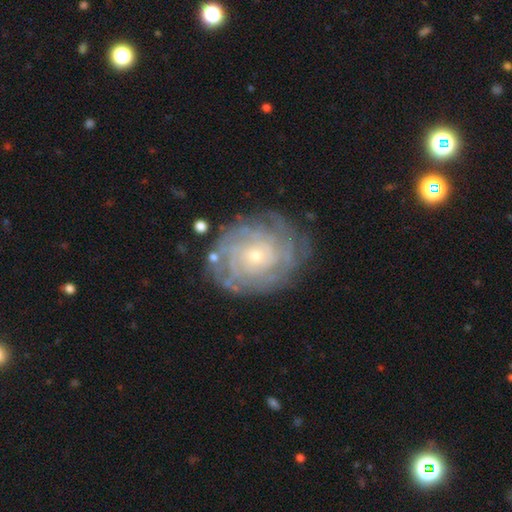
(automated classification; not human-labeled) This appears to be a featured or disk galaxy (80%) with no bar (83%), tight (79%) spiral arms (89%) and a small central bulge (76%). Merging: none (76%).